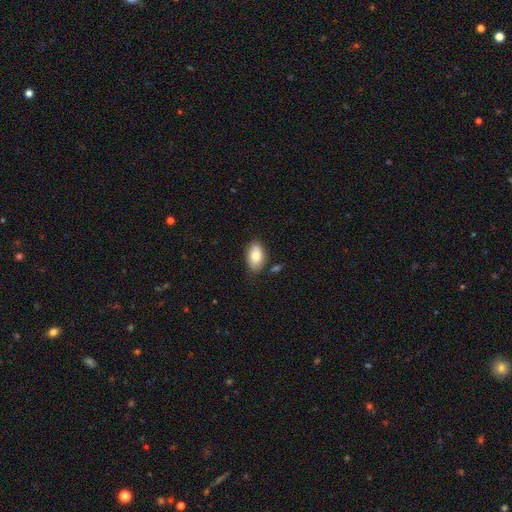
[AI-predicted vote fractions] Smooth or featured? smooth (79%)
How rounded? in between (91%)
Merging? none (77%)